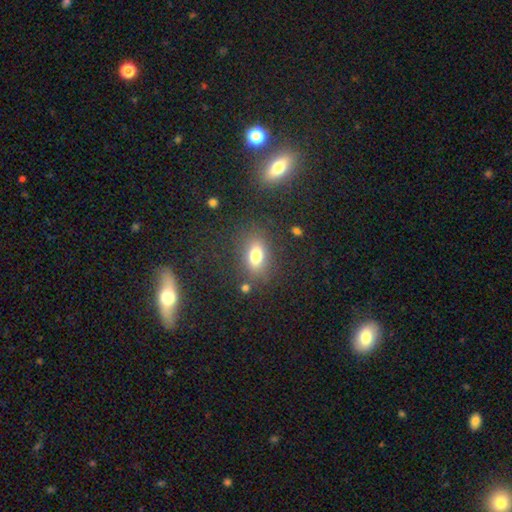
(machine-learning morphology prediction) The model was most divided on "smooth or featured": smooth: 76%, star or artifact: 13%, featured or disk: 12%. More confident: how rounded — in between (79%); merging — none (79%).